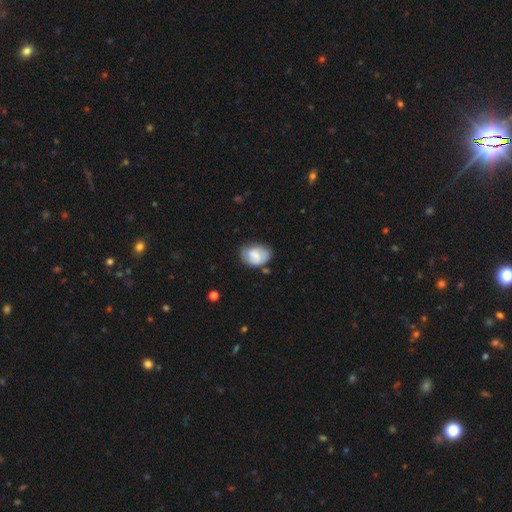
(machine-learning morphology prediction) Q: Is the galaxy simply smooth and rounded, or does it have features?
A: smooth — 69%.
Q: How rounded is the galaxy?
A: in between — 73%.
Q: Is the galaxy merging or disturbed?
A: none — 57%.